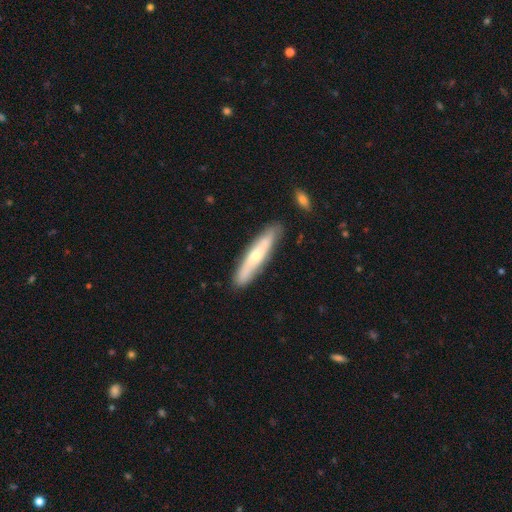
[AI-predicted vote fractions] Q: Smooth or featured?
A: featured or disk (48%); runner-up: smooth (46%)
Q: Merging?
A: none (85%); runner-up: minor disturbance (11%)